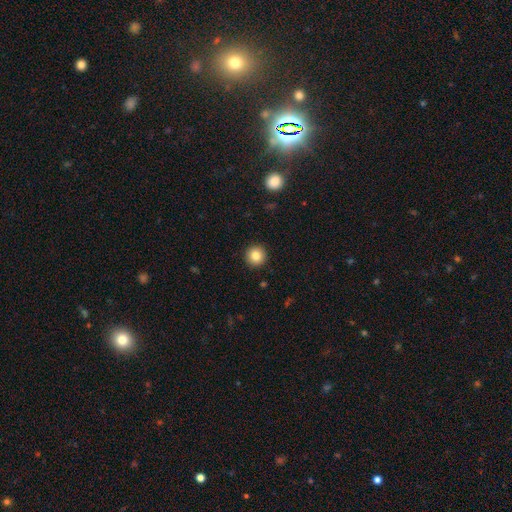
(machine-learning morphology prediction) Q: Smooth or featured?
A: smooth (83%); runner-up: star or artifact (10%)
Q: How rounded?
A: round (95%); runner-up: in between (4%)
Q: Merging?
A: none (92%); runner-up: minor disturbance (5%)